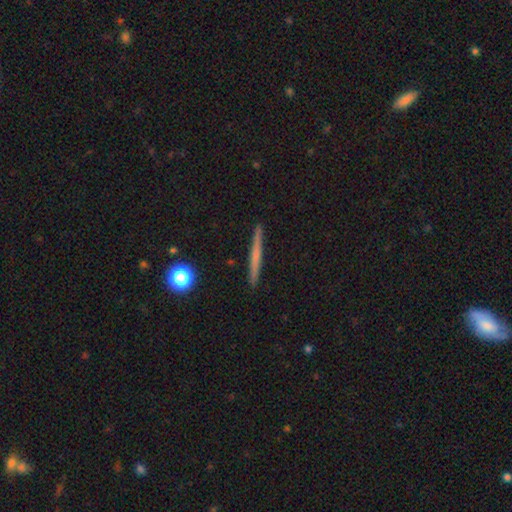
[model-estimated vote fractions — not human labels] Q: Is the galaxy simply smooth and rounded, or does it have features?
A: smooth — 50%.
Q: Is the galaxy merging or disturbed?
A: none — 92%.